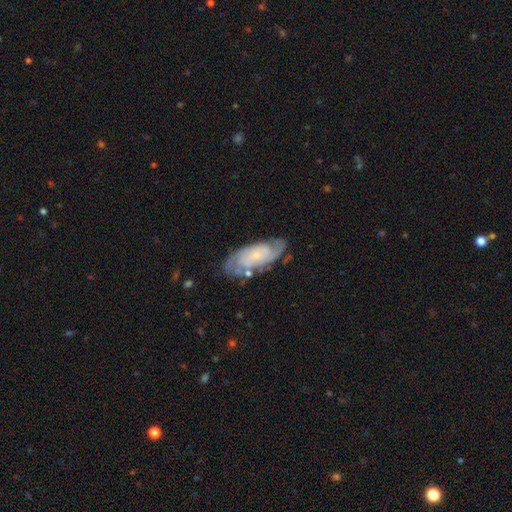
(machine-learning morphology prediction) Q: Smooth or featured?
A: featured or disk (79%); runner-up: smooth (15%)
Q: Edge-on disk?
A: no (94%); runner-up: yes (6%)
Q: Bar?
A: no (69%); runner-up: weak (25%)
Q: Spiral arms?
A: yes (94%); runner-up: no (6%)
Q: Spiral winding?
A: tight (62%); runner-up: medium (30%)
Q: Spiral arm count?
A: 2 (44%); runner-up: can't tell (29%)
Q: Bulge size?
A: small (75%); runner-up: moderate (13%)
Q: Merging?
A: none (71%); runner-up: minor disturbance (19%)